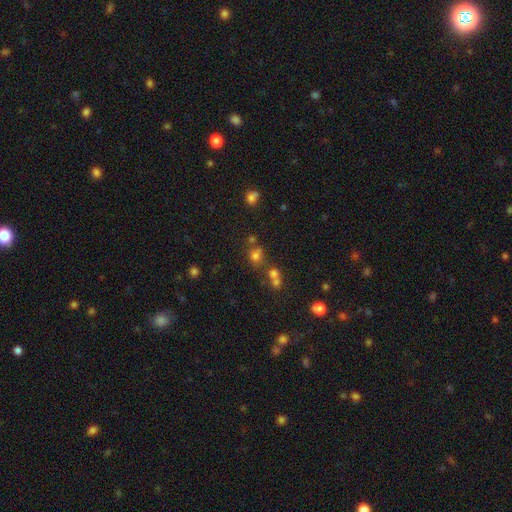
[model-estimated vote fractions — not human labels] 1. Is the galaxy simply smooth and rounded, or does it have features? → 67% smooth, 23% star or artifact, 11% featured or disk.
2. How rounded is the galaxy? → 80% round, 19% in between, 1% cigar-shaped.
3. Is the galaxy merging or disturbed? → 57% none, 28% merger, 10% minor disturbance, 5% major disturbance.